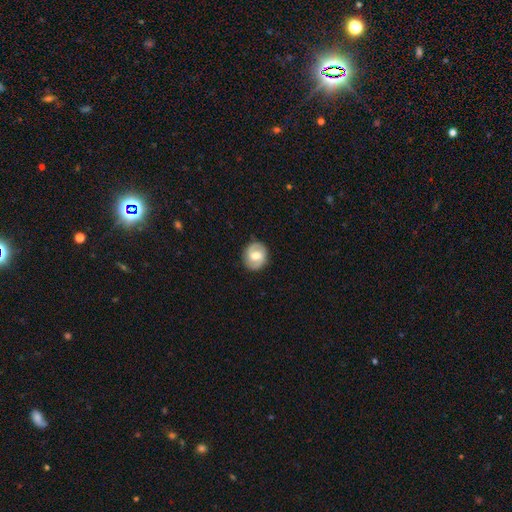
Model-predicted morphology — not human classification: smooth-or-featured: featured or disk: 58% | smooth: 36% | star or artifact: 6%
  disk-edge-on: no: 97% | yes: 3%
    bar: weak: 51% | no: 26% | strong: 23%
    has-spiral-arms: yes: 77% | no: 23%
    bulge-size: moderate: 59% | large: 23% | small: 13% | none: 3% | dominant: 2%
  merging: none: 86% | minor disturbance: 10% | major disturbance: 3% | merger: 1%